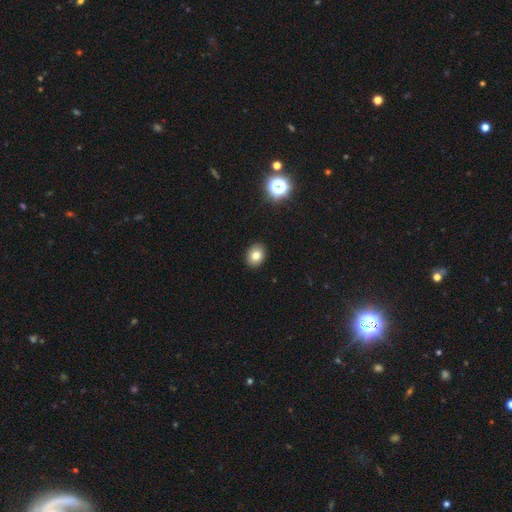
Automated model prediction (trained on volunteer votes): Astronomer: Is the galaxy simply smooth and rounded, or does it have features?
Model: smooth — 79%.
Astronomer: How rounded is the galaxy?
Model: in between — 56% (runner-up: round, 44%).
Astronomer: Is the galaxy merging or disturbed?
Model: none — 91%.